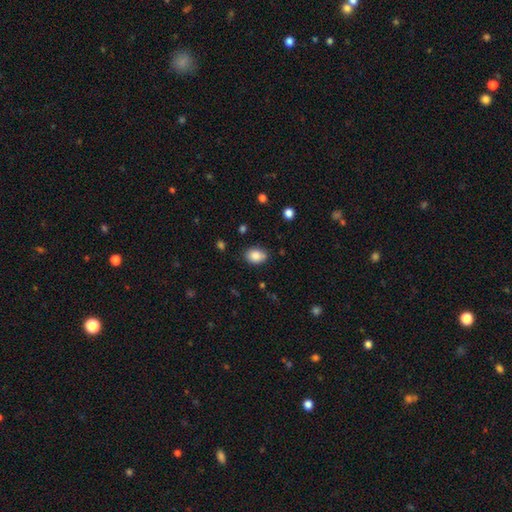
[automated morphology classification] This appears to be a smooth galaxy with no disk features (86%) that is in between round and cigar-shaped (73%). Merging: none (79%).